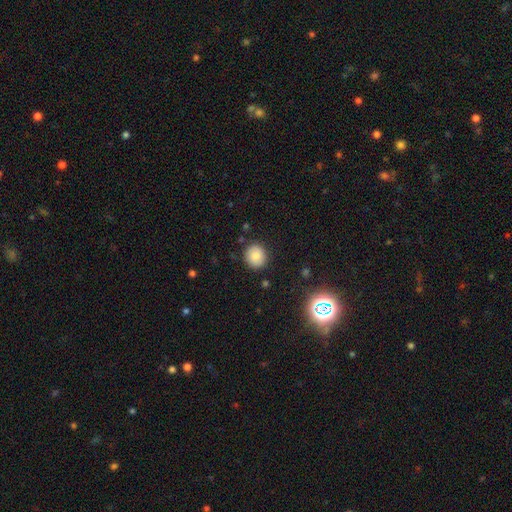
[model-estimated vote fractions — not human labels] A smooth galaxy with no disk features (80%) that is round (86%).

Vote fractions:
- Smooth or featured? smooth: 80% / star or artifact: 12% / featured or disk: 9%
- How rounded? round: 86% / in between: 13% / cigar-shaped: 1%
- Merging? none: 88% / minor disturbance: 8% / major disturbance: 2% / merger: 2%